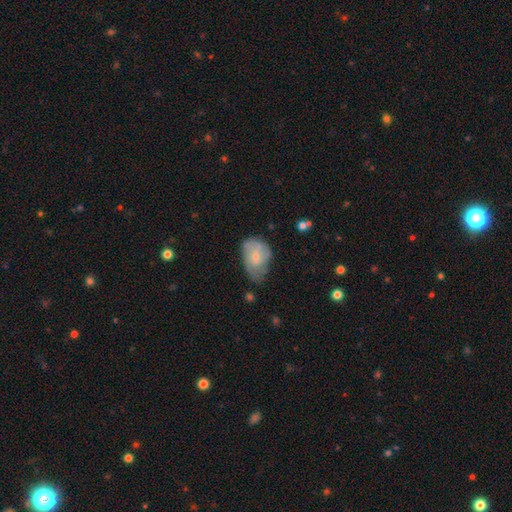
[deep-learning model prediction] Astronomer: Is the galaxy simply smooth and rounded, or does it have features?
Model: smooth — 53% (runner-up: featured or disk, 39%).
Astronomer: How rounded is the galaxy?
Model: in between — 84%.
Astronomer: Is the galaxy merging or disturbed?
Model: none — 40%, tied with minor disturbance at 40%.